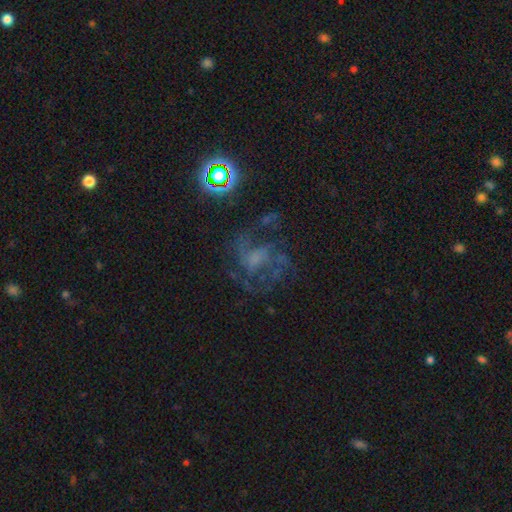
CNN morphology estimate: smooth_or_featured: featured or disk (p=0.66) [alt: star or artifact p=0.20]
disk_edge_on: no (p=0.98) [alt: yes p=0.02]
bar: no (p=0.64) [alt: weak p=0.29]
has_spiral_arms: yes (p=0.80) [alt: no p=0.20]
spiral_winding: medium (p=0.48) [alt: loose p=0.26]
spiral_arm_count: can't tell (p=0.33) [alt: 2 p=0.24]
bulge_size: none (p=0.42) [alt: moderate p=0.26]
merging: none (p=0.54) [alt: major disturbance p=0.26]